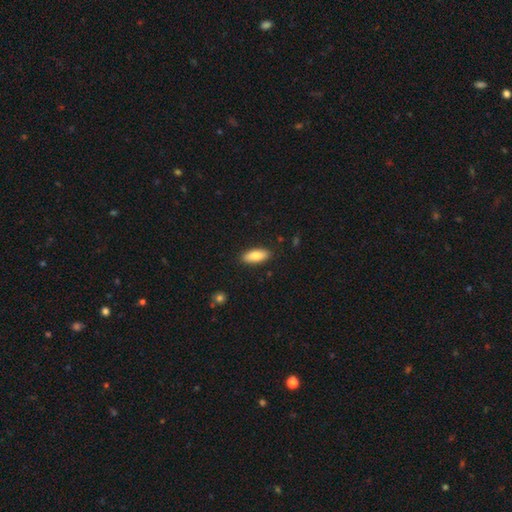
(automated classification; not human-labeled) A smooth galaxy with no disk features (83%) that is in between round and cigar-shaped (78%). Merging: none (88%).